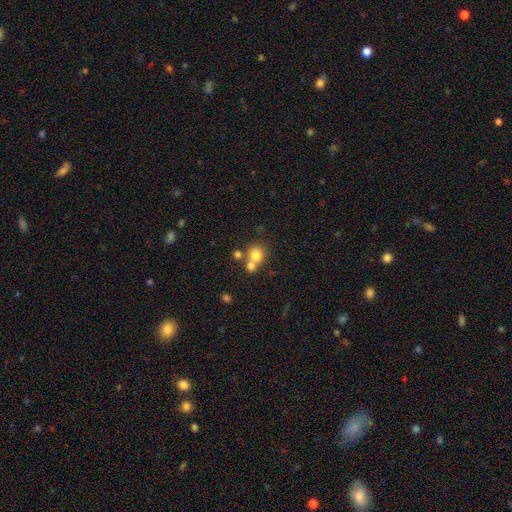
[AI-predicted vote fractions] A smooth galaxy with no disk features (76%) that is round (85%). Merging: none (46%).